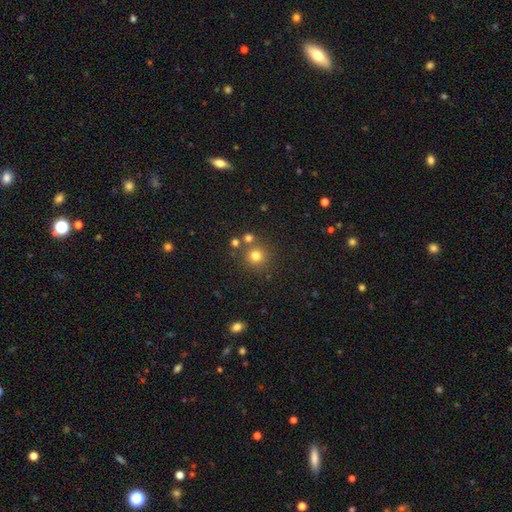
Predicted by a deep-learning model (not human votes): Overall: smooth (77%). How rounded: round (93%). Merging: none (77%).